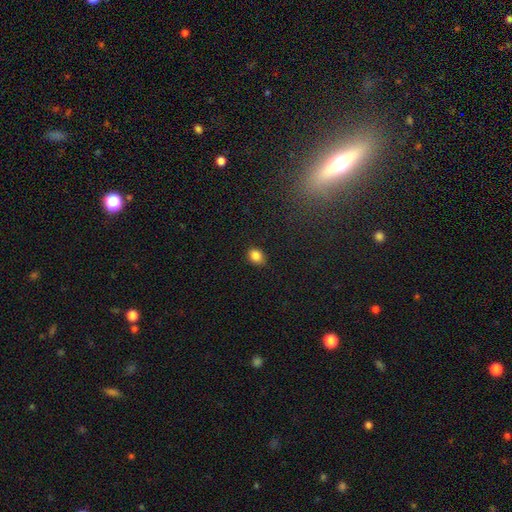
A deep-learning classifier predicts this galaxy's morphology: Smooth or featured? smooth (85%)
How rounded? in between (62%)
Merging? none (84%)